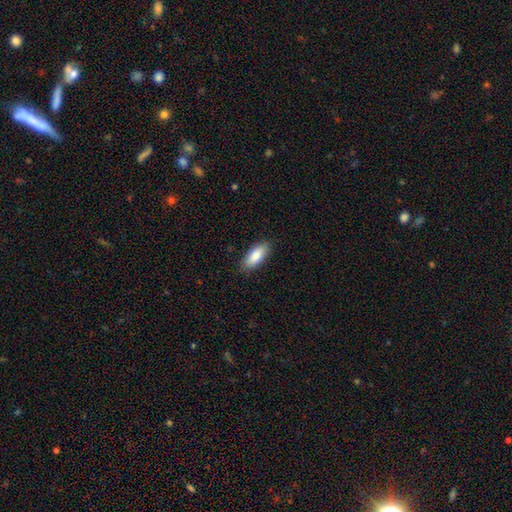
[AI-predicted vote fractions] Morphology: type=smooth (82%); roundness=in between (79%); merging=none (88%).